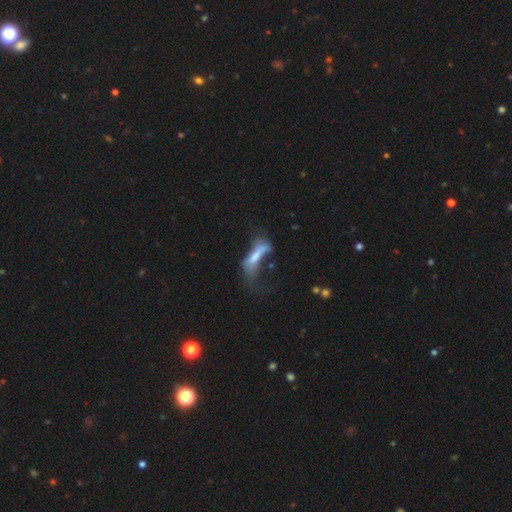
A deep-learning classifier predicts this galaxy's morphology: Smooth or featured: smooth — 56% (featured or disk — 34%)
How rounded: cigar-shaped — 53% (in between — 44%)
Merging: major disturbance — 51% (none — 18%)